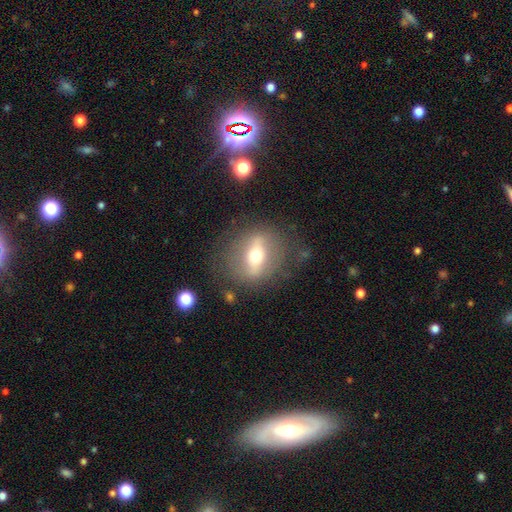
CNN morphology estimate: This appears to be a featured or disk galaxy (59%). Merging: none (76%).